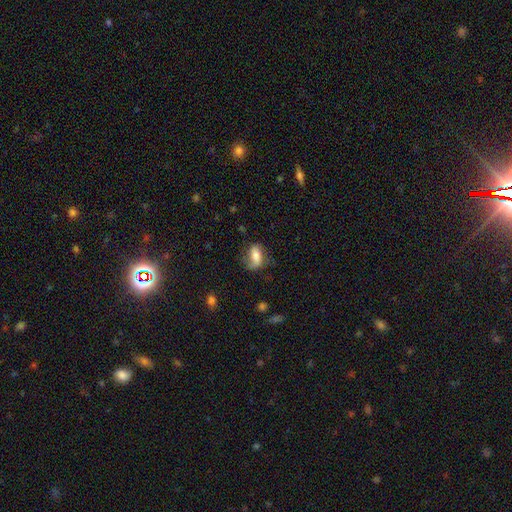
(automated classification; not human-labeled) A smooth galaxy with no disk features (48%).

Vote fractions:
- Smooth or featured? smooth: 48% / featured or disk: 44% / star or artifact: 8%
- Merging? none: 59% / minor disturbance: 25% / major disturbance: 14% / merger: 2%